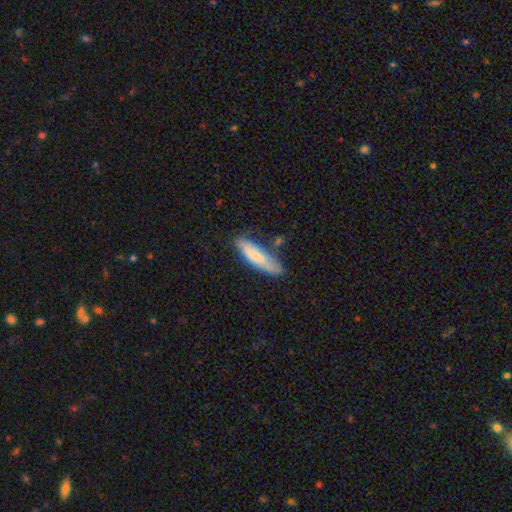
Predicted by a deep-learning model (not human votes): Q: Smooth or featured?
A: smooth (73%); runner-up: featured or disk (21%)
Q: How rounded?
A: cigar-shaped (63%); runner-up: in between (36%)
Q: Merging?
A: none (67%); runner-up: minor disturbance (23%)